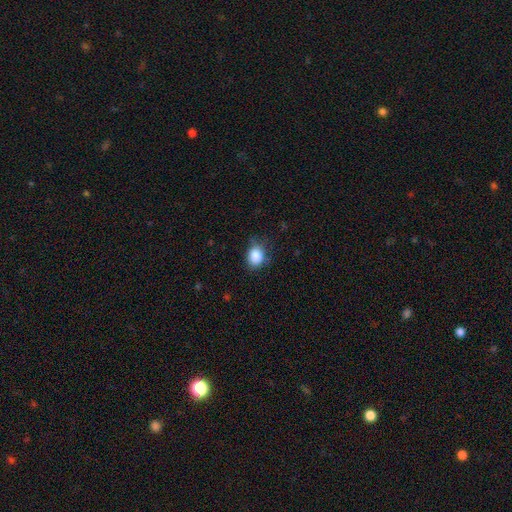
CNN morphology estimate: smooth 87%, star or artifact 9%, featured or disk 4%. Down the decision tree: how rounded — in between (54%); merging — none (69%).